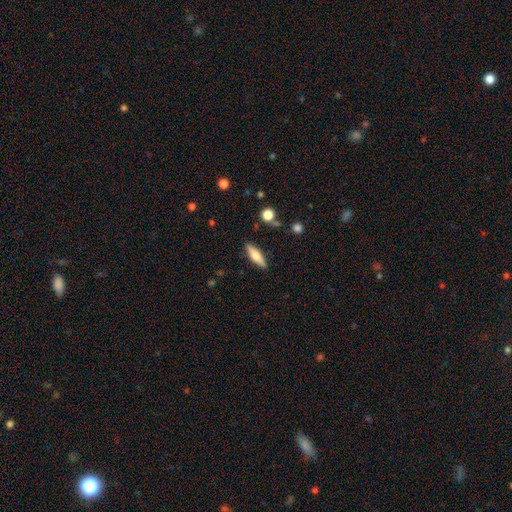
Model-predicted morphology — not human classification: Q: Smooth or featured?
A: smooth (60%); runner-up: featured or disk (34%)
Q: How rounded?
A: cigar-shaped (57%); runner-up: in between (40%)
Q: Merging?
A: none (86%); runner-up: minor disturbance (10%)